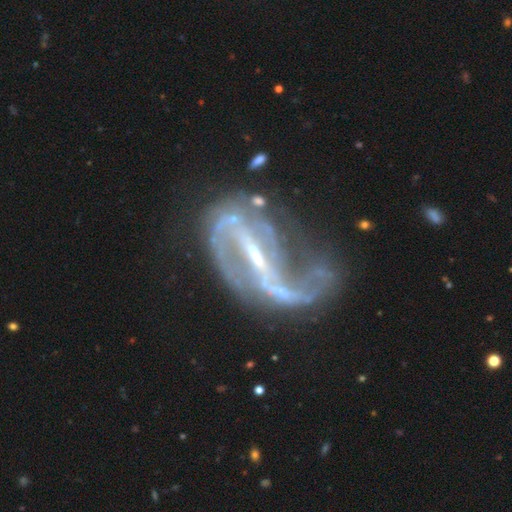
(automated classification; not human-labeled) Smooth or featured? Predicted: featured or disk (p=0.89). Edge-on disk? Predicted: no (p=0.95). Bar? Predicted: strong (p=0.68). Spiral arms? Predicted: yes (p=0.93). Spiral winding? Predicted: loose (p=0.48). Spiral arm count? Predicted: 2 (p=0.73). Bulge size? Predicted: small (p=0.74). Merging? Predicted: none (p=0.37).